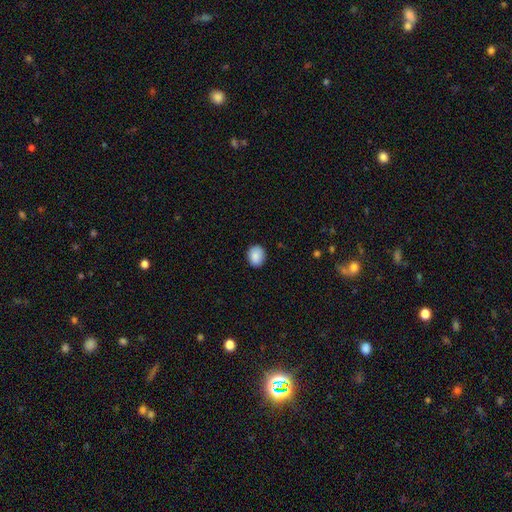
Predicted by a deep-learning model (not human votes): smooth_or_featured: smooth (p=0.89) [alt: star or artifact p=0.07]
how_rounded: round (p=0.51) [alt: in between p=0.48]
merging: none (p=0.86) [alt: minor disturbance p=0.11]